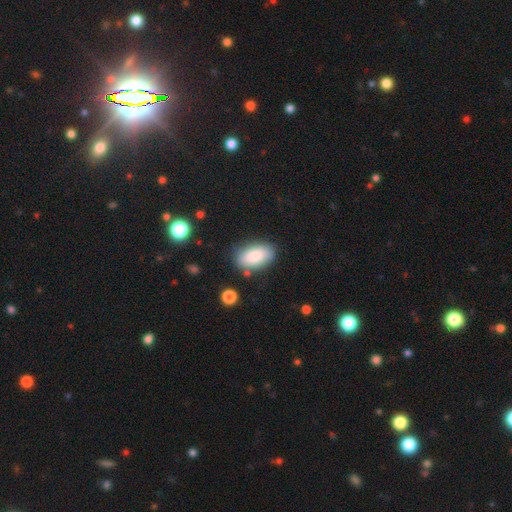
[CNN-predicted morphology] Smooth or featured? smooth (84%)
How rounded? in between (93%)
Merging? none (78%)